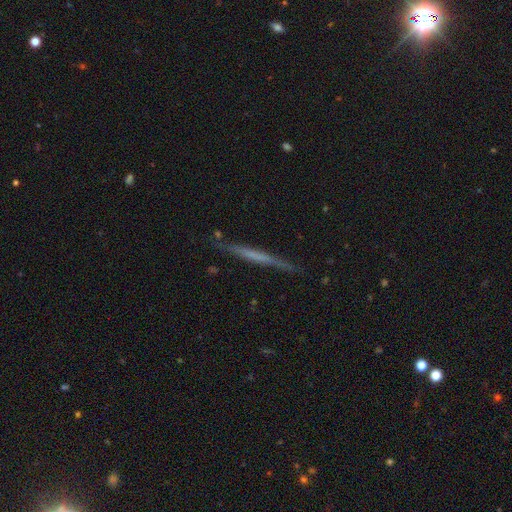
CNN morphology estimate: Smooth or featured?
  - featured or disk: 56% *
  - smooth: 38%
  - star or artifact: 6%
Edge-on disk?
  - yes: 96% *
  - no: 4%
Edge-on bulge?
  - none: 84% *
  - rounded: 8%
  - boxy: 8%
Merging?
  - none: 87% *
  - minor disturbance: 9%
  - major disturbance: 2%
  - merger: 2%